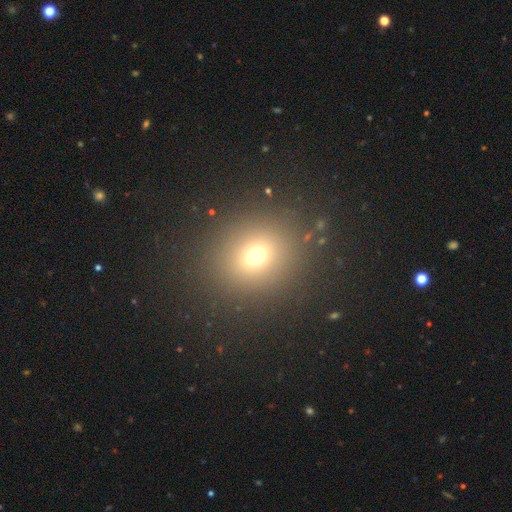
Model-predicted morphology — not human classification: smooth-or-featured: smooth: 69% | star or artifact: 22% | featured or disk: 10%
  how-rounded: round: 81% | in between: 18% | cigar-shaped: 1%
  merging: none: 88% | minor disturbance: 6% | major disturbance: 4% | merger: 2%